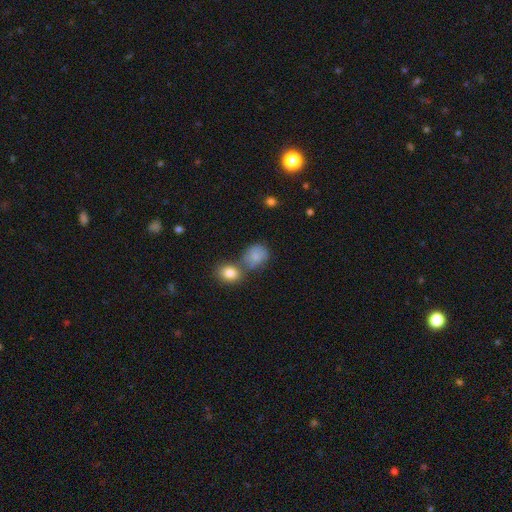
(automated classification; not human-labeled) This appears to be a smooth galaxy with no disk features (78%) that is round (56%). Merging: none (41%).